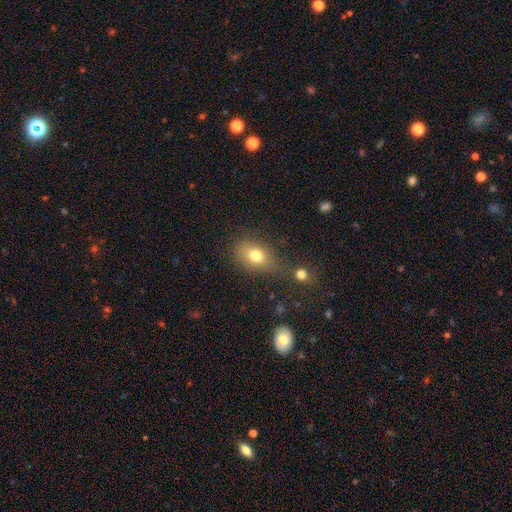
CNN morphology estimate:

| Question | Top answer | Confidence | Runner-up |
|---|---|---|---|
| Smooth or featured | smooth | 76% | featured or disk (12%) |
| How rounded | in between | 69% | round (29%) |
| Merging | none | 62% | minor disturbance (19%) |